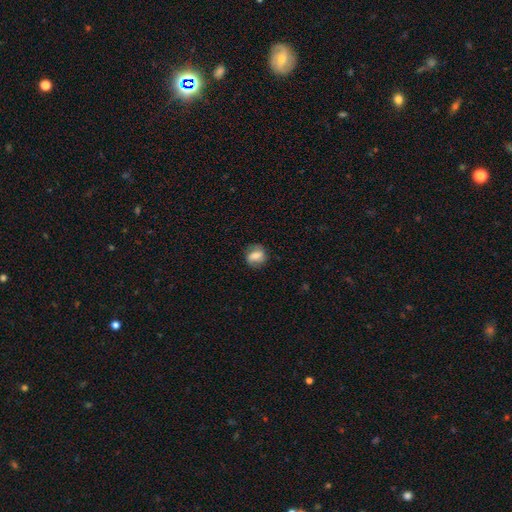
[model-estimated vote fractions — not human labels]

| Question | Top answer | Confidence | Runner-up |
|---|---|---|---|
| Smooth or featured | smooth | 56% | featured or disk (35%) |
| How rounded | round | 59% | in between (38%) |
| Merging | none | 77% | minor disturbance (16%) |